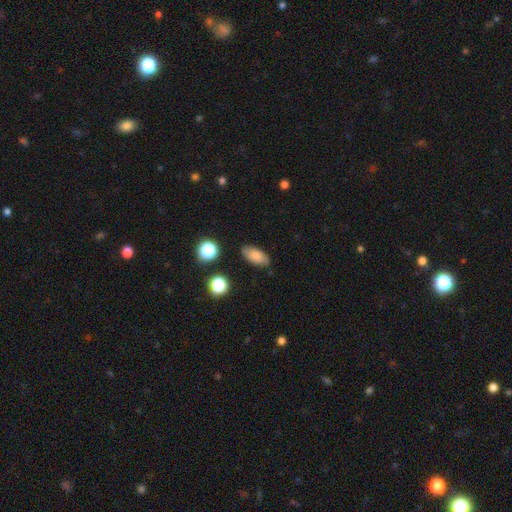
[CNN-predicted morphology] smooth-or-featured: smooth: 76% | featured or disk: 14% | star or artifact: 10%
  how-rounded: in between: 89% | cigar-shaped: 6% | round: 5%
  merging: none: 82% | minor disturbance: 14% | major disturbance: 3% | merger: 2%